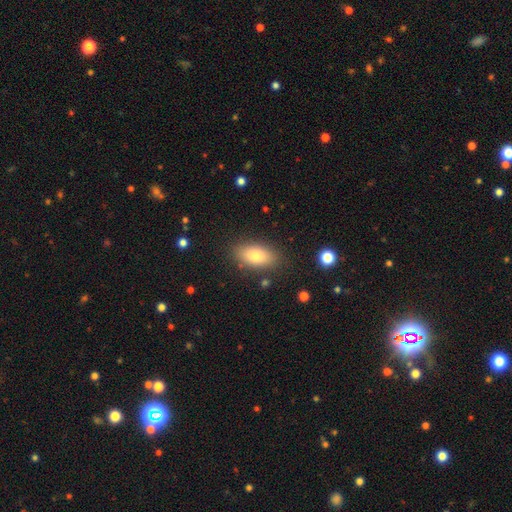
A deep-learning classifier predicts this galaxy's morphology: A smooth galaxy with no disk features (79%) that is in between round and cigar-shaped (89%). Merging: none (84%).